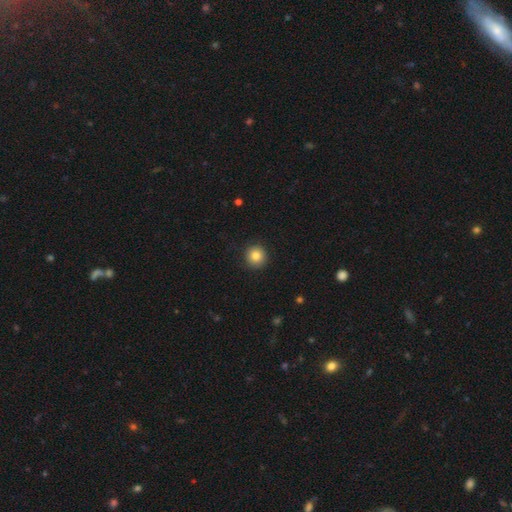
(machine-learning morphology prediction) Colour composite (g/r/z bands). It shows a smooth galaxy with no disk features (83%) that is round (94%). Merging: none (90%).